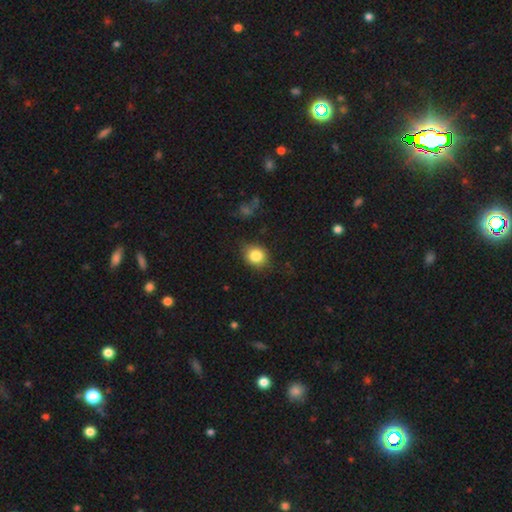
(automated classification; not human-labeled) Smooth or featured? Predicted: smooth (p=0.83). How rounded? Predicted: round (p=0.68). Merging? Predicted: none (p=0.78).